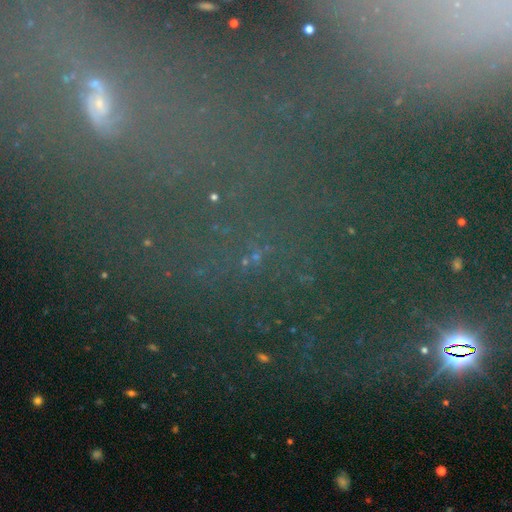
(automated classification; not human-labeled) Smooth or featured?
  - star or artifact: 73% *
  - smooth: 15%
  - featured or disk: 12%